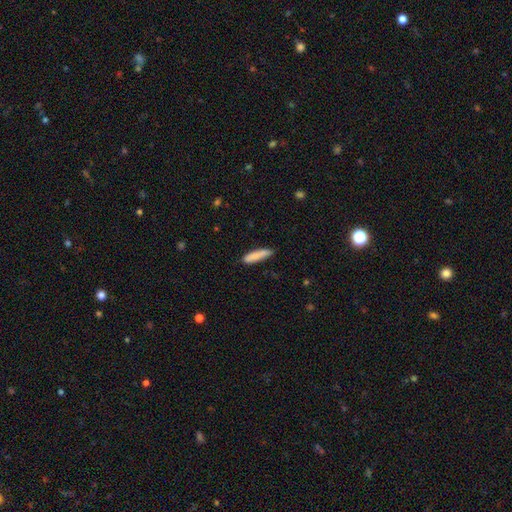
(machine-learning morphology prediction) smooth-or-featured: smooth: 85% | featured or disk: 9% | star or artifact: 6%
  how-rounded: cigar-shaped: 79% | in between: 19% | round: 1%
  merging: none: 83% | minor disturbance: 14% | major disturbance: 2% | merger: 2%